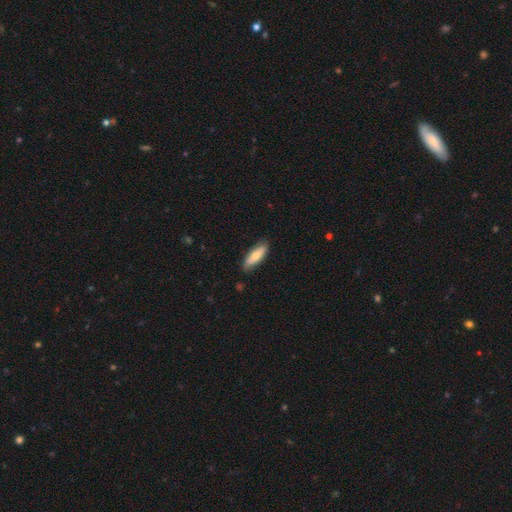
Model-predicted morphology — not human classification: Smooth or featured? smooth (74%)
How rounded? in between (54%)
Merging? none (83%)